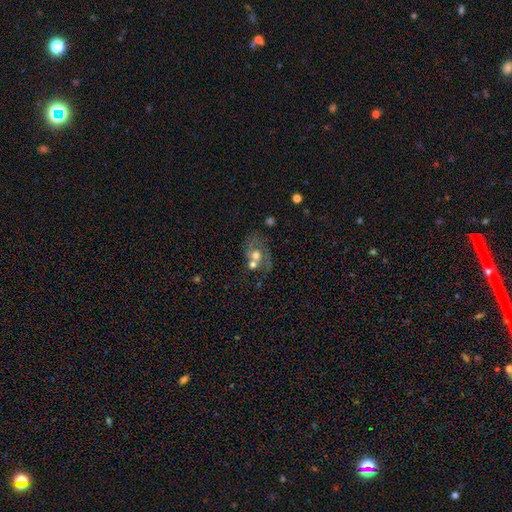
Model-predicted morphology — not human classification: A featured or disk galaxy (52%).

Vote fractions:
- Smooth or featured? featured or disk: 52% / smooth: 38% / star or artifact: 11%
- Edge-on disk? no: 96% / yes: 4%
- Merging? merger: 39% / none: 34% / minor disturbance: 15% / major disturbance: 12%